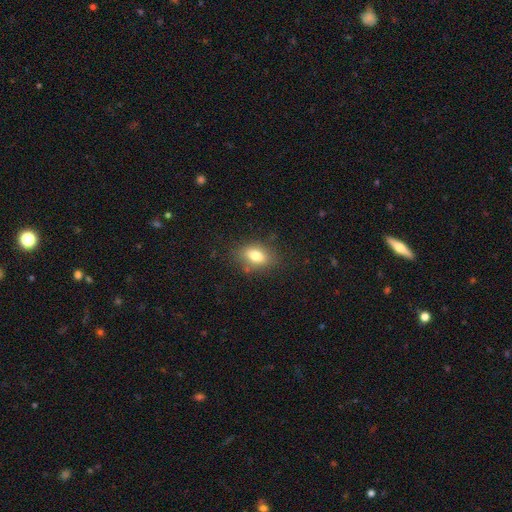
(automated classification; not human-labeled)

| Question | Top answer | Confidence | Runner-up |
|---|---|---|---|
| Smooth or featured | smooth | 75% | featured or disk (14%) |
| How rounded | in between | 77% | round (20%) |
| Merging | none | 79% | minor disturbance (15%) |